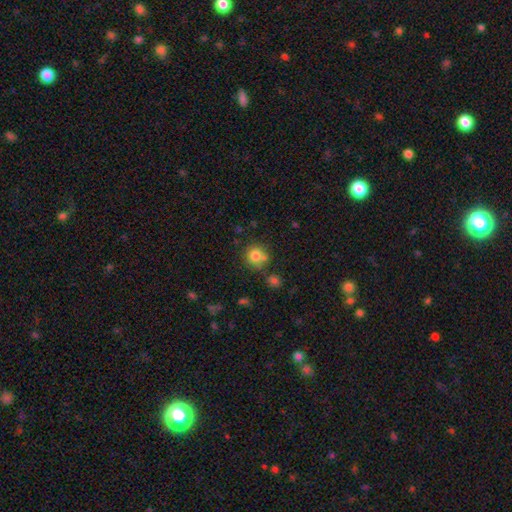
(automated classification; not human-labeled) Smooth or featured: smooth — 80% (star or artifact — 12%)
How rounded: round — 90% (in between — 9%)
Merging: none — 68% (merger — 16%)